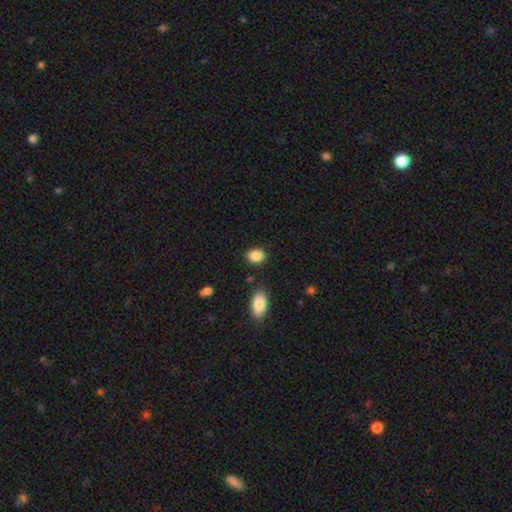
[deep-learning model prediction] smooth 88%, star or artifact 8%, featured or disk 4%. Down the decision tree: how rounded — in between (63%); merging — none (83%).